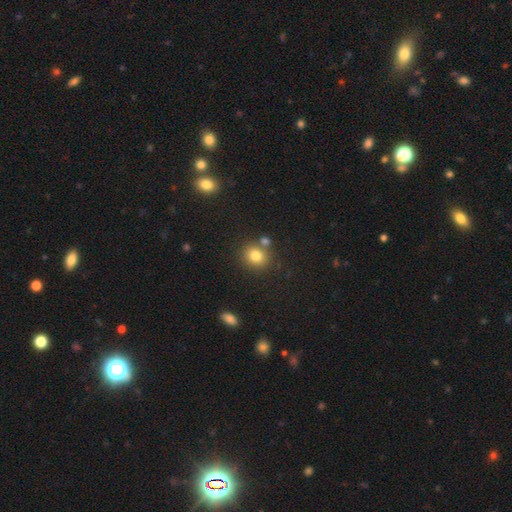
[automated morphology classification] smooth 81%, star or artifact 12%, featured or disk 8%. Down the decision tree: how rounded — round (74%); merging — none (71%).